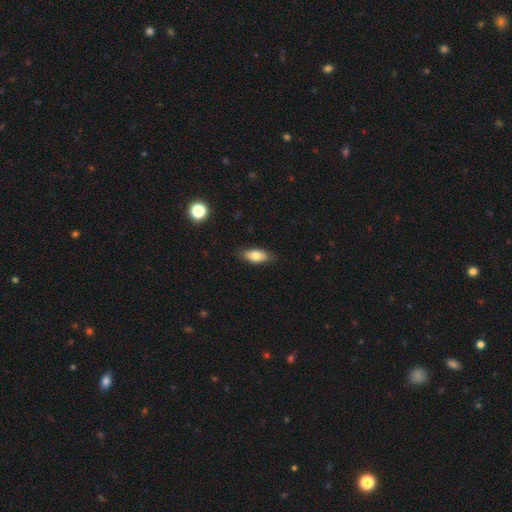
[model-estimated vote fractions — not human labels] Smooth or featured?
  - smooth: 77% *
  - featured or disk: 16%
  - star or artifact: 7%
How rounded?
  - in between: 86% *
  - cigar-shaped: 10%
  - round: 4%
Merging?
  - none: 84% *
  - minor disturbance: 13%
  - major disturbance: 2%
  - merger: 1%